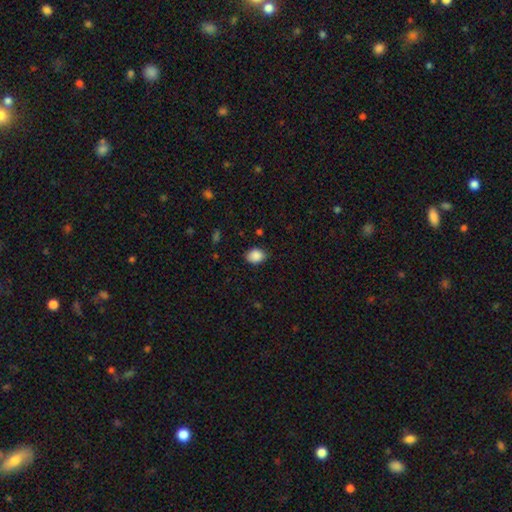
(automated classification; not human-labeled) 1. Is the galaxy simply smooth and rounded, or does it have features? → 88% smooth, 8% star or artifact, 3% featured or disk.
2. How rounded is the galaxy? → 60% in between, 39% round, 1% cigar-shaped.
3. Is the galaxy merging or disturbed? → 78% none, 17% minor disturbance, 3% major disturbance, 1% merger.